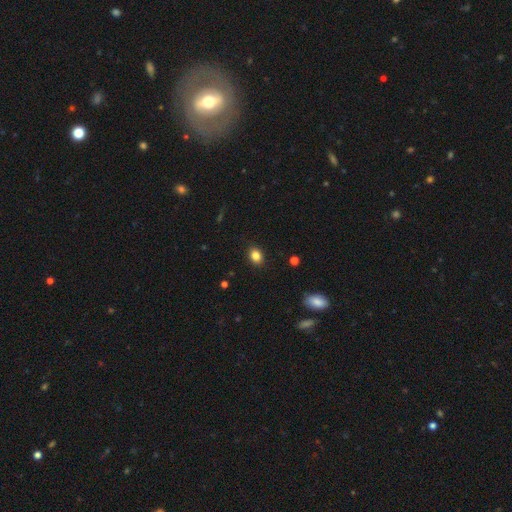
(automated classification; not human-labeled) smooth 85%, star or artifact 11%, featured or disk 5%. Down the decision tree: how rounded — in between (59%); merging — none (89%).